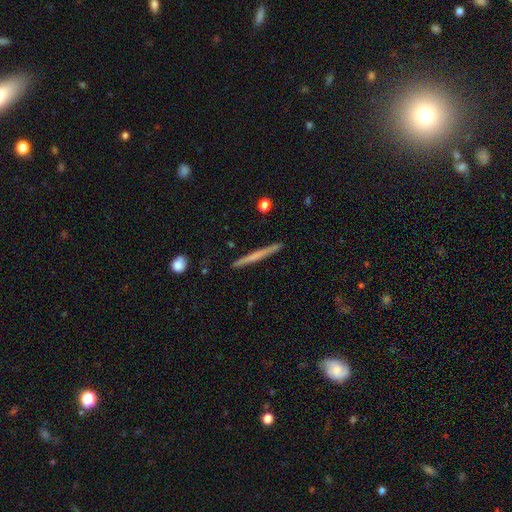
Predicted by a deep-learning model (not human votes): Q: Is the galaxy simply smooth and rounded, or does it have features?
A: smooth — 48%.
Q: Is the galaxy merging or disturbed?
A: none — 91%.